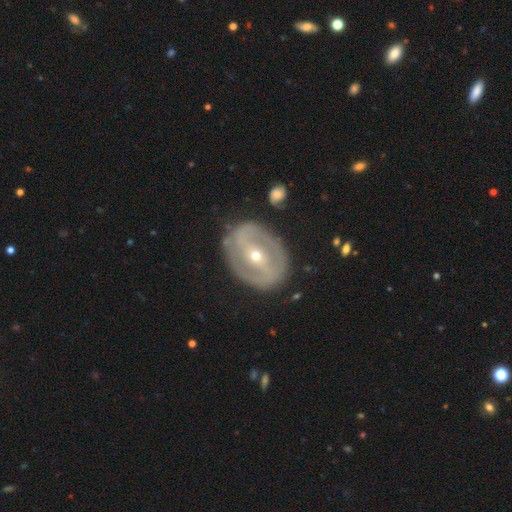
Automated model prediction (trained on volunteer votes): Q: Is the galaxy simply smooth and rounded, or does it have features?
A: featured or disk — 82%.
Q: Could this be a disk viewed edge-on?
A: no — 95%.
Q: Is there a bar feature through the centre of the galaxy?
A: strong — 51%.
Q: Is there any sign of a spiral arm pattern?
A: yes — 67%.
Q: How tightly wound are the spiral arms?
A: tight — 49%.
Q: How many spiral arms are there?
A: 2 — 75%.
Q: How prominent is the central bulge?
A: small — 61%.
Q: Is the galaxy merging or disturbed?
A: none — 79%.